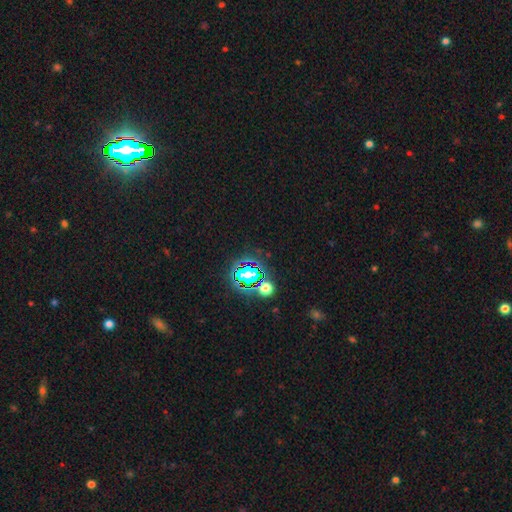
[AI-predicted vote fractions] Overall: star or artifact (81%).